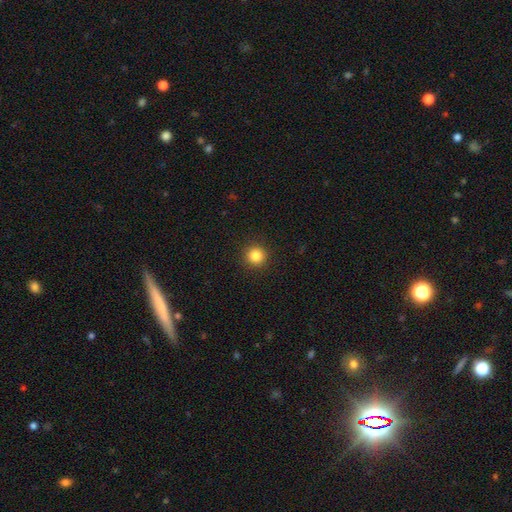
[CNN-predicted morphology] type=smooth (84%); roundness=round (95%); merging=none (92%).